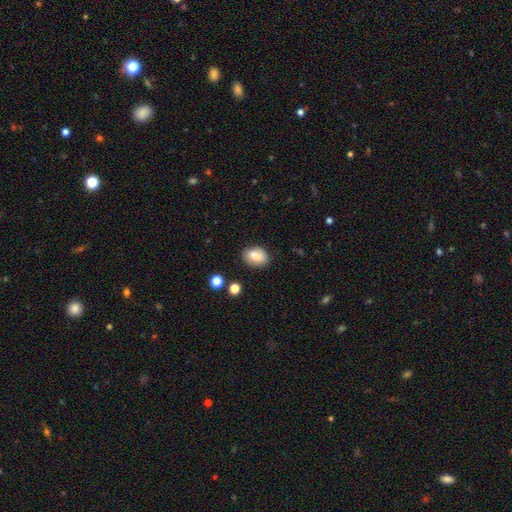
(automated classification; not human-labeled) Morphology: type=smooth (85%); roundness=in between (80%); merging=none (80%).